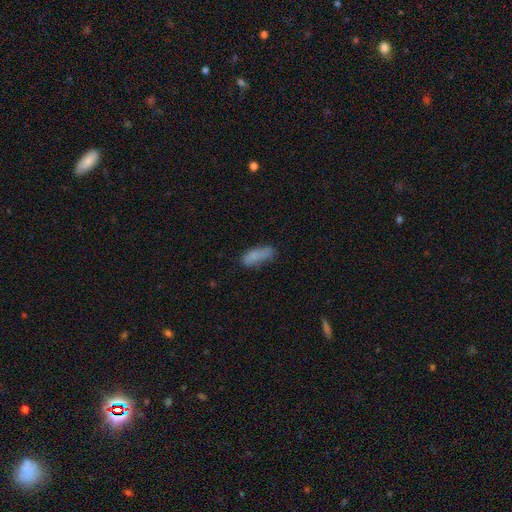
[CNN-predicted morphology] A smooth galaxy with no disk features (79%) that is in between round and cigar-shaped (60%).

Vote fractions:
- Smooth or featured? smooth: 79% / featured or disk: 12% / star or artifact: 9%
- How rounded? in between: 60% / cigar-shaped: 38% / round: 2%
- Merging? none: 60% / minor disturbance: 26% / major disturbance: 10% / merger: 4%